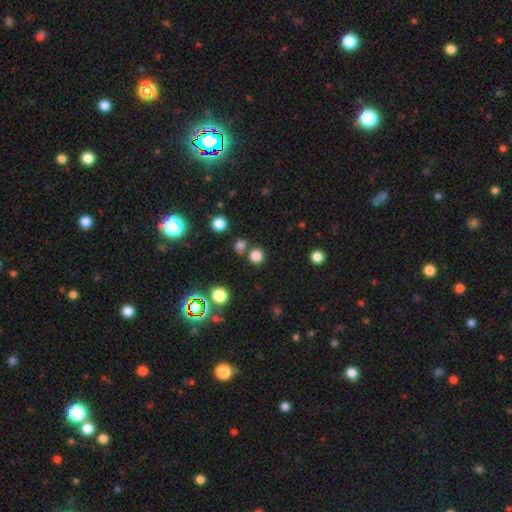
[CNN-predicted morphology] A smooth galaxy with no disk features (78%) that is round (91%).

Vote fractions:
- Smooth or featured? smooth: 78% / star or artifact: 18% / featured or disk: 5%
- How rounded? round: 91% / in between: 8% / cigar-shaped: 1%
- Merging? none: 77% / merger: 13% / minor disturbance: 7% / major disturbance: 3%